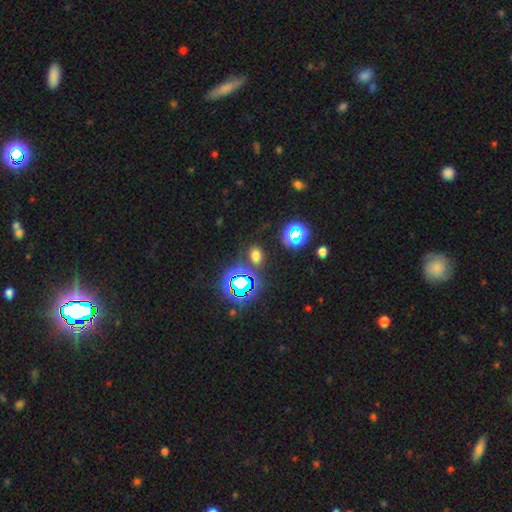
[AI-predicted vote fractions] Smooth or featured: smooth — 58% (star or artifact — 34%)
How rounded: in between — 68% (round — 30%)
Merging: none — 81% (minor disturbance — 10%)